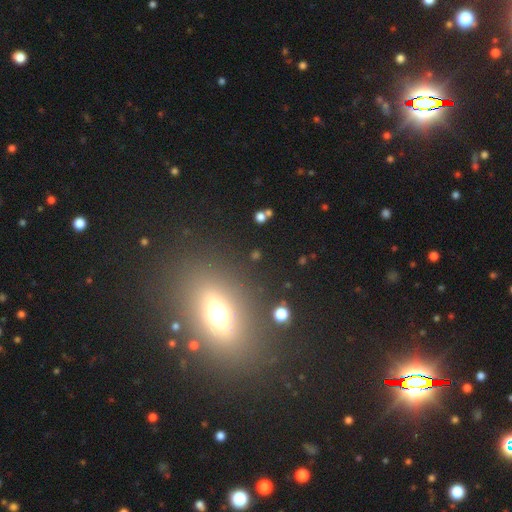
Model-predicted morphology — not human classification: smooth_or_featured: smooth (p=0.46) [alt: star or artifact p=0.34]
merging: none (p=0.81) [alt: minor disturbance p=0.09]